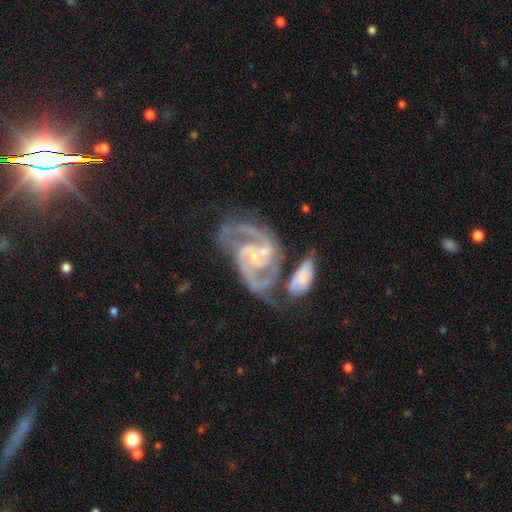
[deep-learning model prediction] Overall: featured or disk (93%). Edge-on disk: no (98%). Bar: weak (43%; no 37%). Spiral arms: yes (98%). Spiral arm count: 2 (82%). Spiral winding: medium (57%; tight 33%). Bulge size: small (70%). Merging: merger (36%, tied with none).